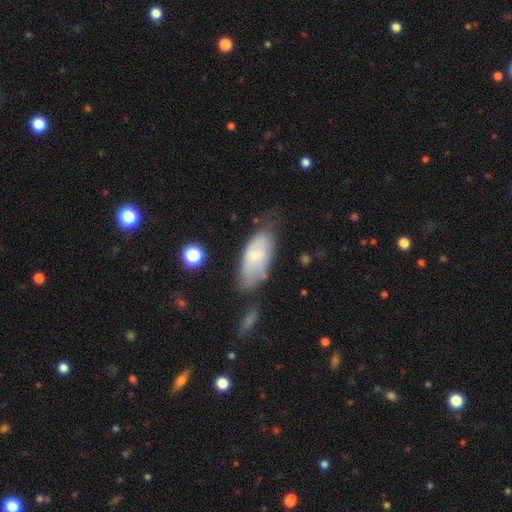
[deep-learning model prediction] A smooth galaxy with no disk features (59%) that is in between round and cigar-shaped (88%). Merging: none (52%).